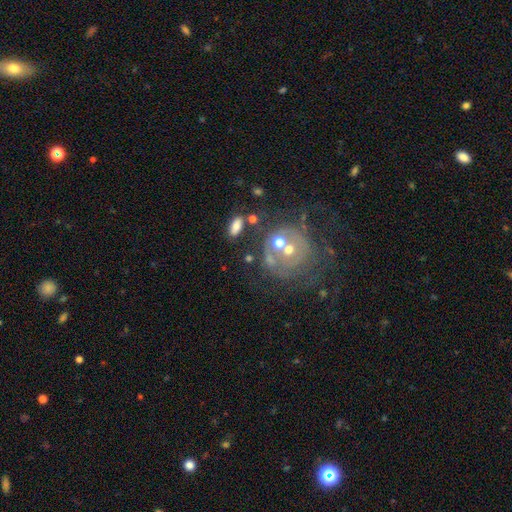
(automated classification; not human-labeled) Smooth or featured? featured or disk (43%)
Merging? none (58%)